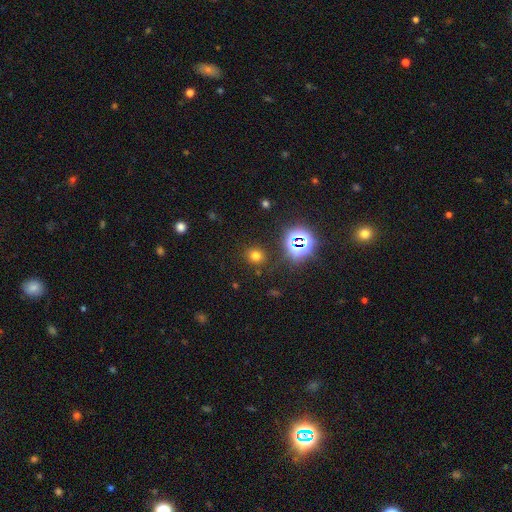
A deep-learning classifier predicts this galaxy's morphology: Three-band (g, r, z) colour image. It shows a smooth galaxy with no disk features (67%) that is round (80%). Merging: none (86%).